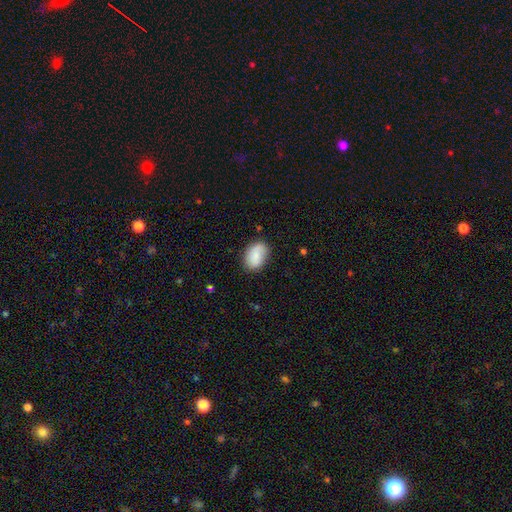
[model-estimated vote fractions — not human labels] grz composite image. It shows a smooth galaxy with no disk features (80%) that is in between round and cigar-shaped (83%). Merging: none (74%).